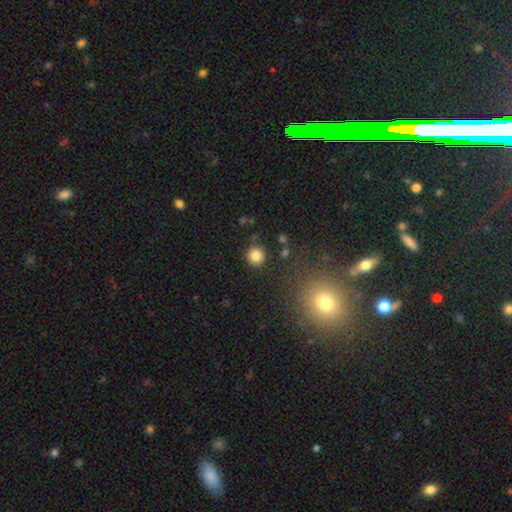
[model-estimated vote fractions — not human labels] Smooth or featured: smooth — 84% (star or artifact — 12%)
How rounded: round — 94% (in between — 5%)
Merging: none — 88% (minor disturbance — 7%)